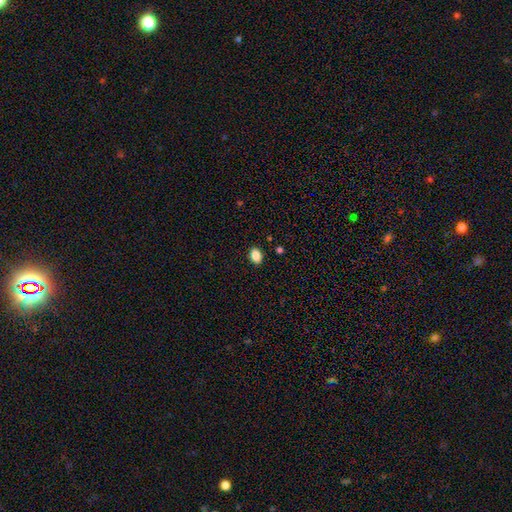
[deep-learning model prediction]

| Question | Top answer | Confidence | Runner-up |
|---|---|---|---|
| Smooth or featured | smooth | 87% | star or artifact (9%) |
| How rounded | in between | 77% | round (22%) |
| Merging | none | 89% | minor disturbance (8%) |